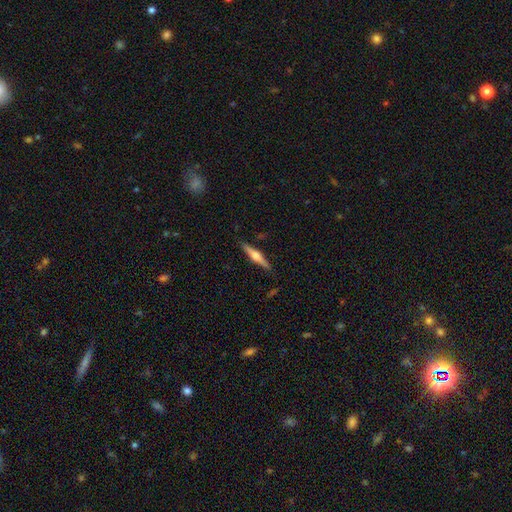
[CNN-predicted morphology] This is likely a featured or disk galaxy (66%). It is clearly viewed edge-on (98%). Edge-on bulge: clearly rounded (90%). Merging: clearly none (89%).